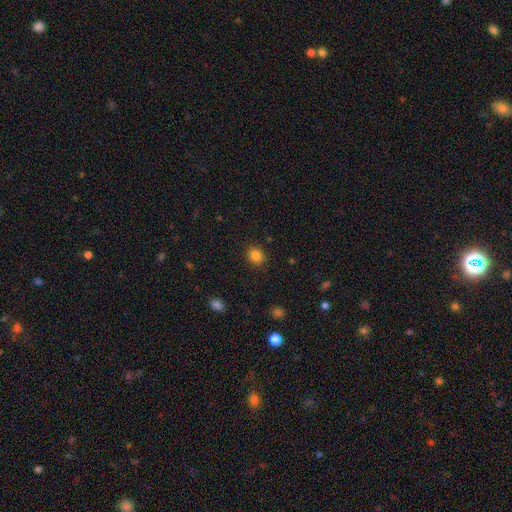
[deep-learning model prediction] A smooth galaxy with no disk features (84%) that is round (67%). Merging: none (89%).